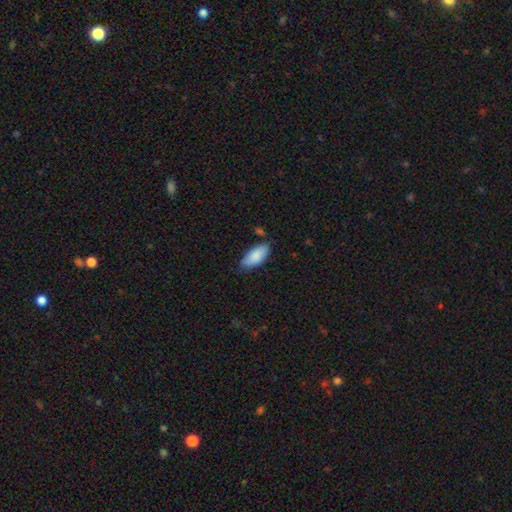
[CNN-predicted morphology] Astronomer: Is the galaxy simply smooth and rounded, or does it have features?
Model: smooth — 87%.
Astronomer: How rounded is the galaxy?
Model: in between — 87%.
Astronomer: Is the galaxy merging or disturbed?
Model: none — 74%.